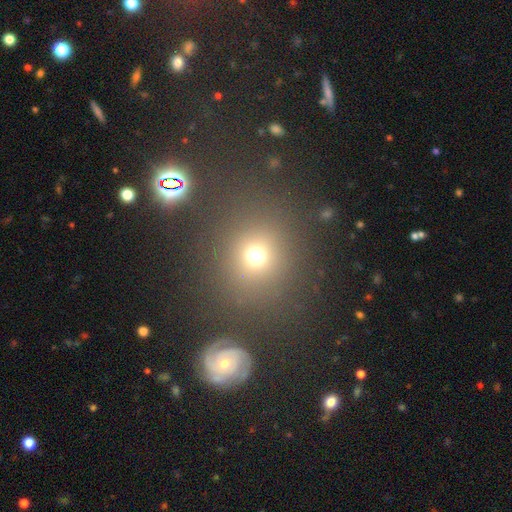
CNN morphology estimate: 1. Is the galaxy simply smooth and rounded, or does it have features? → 69% smooth, 23% star or artifact, 8% featured or disk.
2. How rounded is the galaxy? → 84% round, 15% in between, 1% cigar-shaped.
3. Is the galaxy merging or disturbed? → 80% none, 9% minor disturbance, 6% major disturbance, 5% merger.